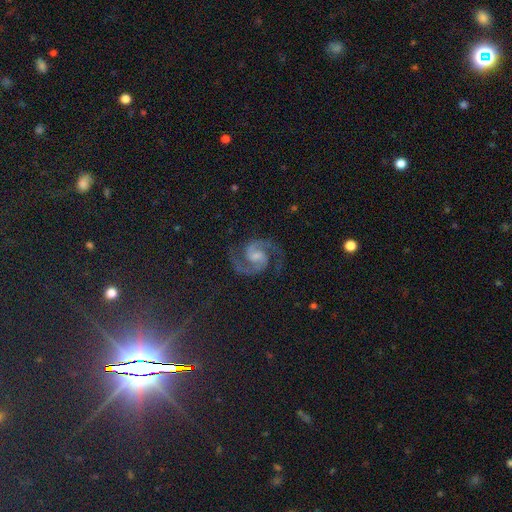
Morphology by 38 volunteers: A featured or disk galaxy (92%) with no bar (48%), 2 (100%) medium (82%) spiral arms (100%) and a moderate central bulge (52%).

Vote fractions:
- Smooth or featured? featured or disk: 92% / star or artifact: 8% / smooth: 0%
- Edge-on disk? no: 94% / yes: 6%
- Bar? no: 48% / weak: 42% / strong: 9%
- Spiral arms? yes: 100% / no: 0%
- Spiral winding? medium: 82% / tight: 15% / loose: 3%
- Spiral arm count? 2: 100% / 1: 0% / 3: 0% / 4: 0% / more than 4: 0% / can't tell: 0%
- Bulge size? moderate: 52% / small: 36% / large: 6% / none: 6% / dominant: 0%
- Merging? none: 94% / minor disturbance: 6% / major disturbance: 0% / merger: 0%